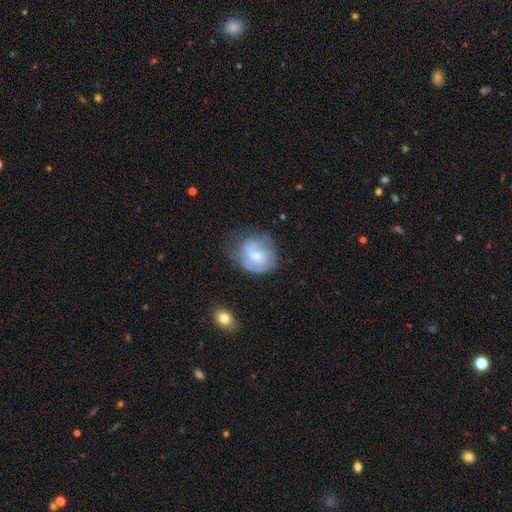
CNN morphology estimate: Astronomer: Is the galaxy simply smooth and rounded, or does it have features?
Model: featured or disk — 55% (runner-up: smooth, 38%).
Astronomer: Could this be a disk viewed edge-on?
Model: no — 97%.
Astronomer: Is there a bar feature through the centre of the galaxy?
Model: no — 56% (runner-up: weak, 38%).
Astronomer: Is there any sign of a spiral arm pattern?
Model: yes — 74%.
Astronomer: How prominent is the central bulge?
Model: small — 52% (runner-up: moderate, 41%).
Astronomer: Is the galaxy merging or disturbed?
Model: none — 49% (runner-up: minor disturbance, 30%).